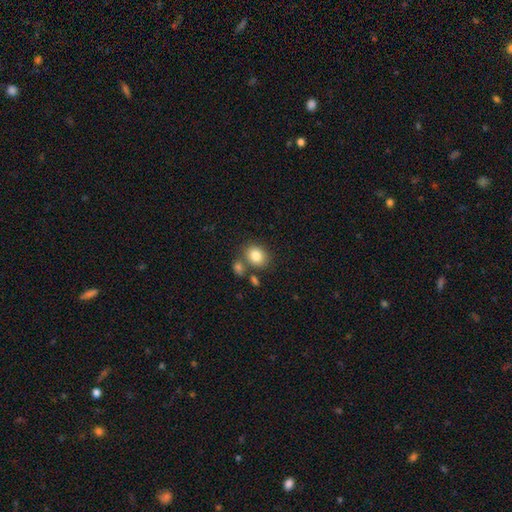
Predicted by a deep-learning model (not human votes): Overall: smooth (82%). How rounded: round (53%; in between 46%). Merging: none (66%).